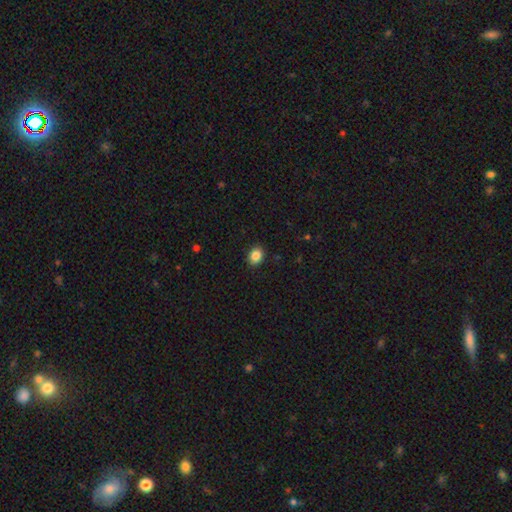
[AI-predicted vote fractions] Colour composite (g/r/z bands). It shows a smooth galaxy with no disk features (86%) that is in between round and cigar-shaped (54%). Merging: none (90%).